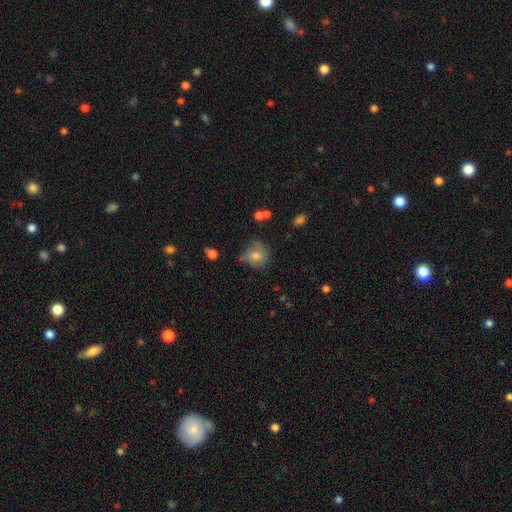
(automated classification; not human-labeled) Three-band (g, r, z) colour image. It shows a smooth galaxy with no disk features (62%) that is round (72%). Merging: none (52%).